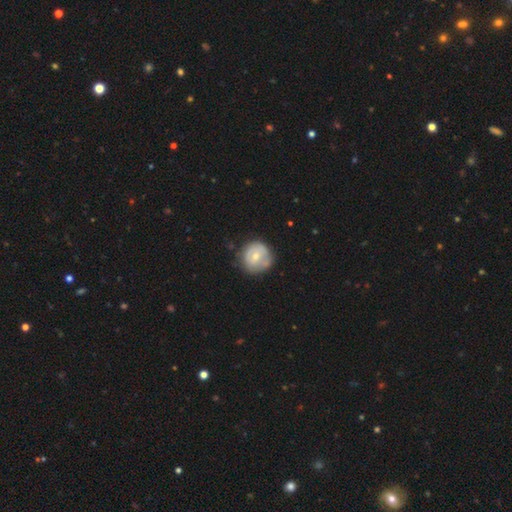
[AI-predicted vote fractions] Morphology: type=smooth (51%); roundness=round (89%); merging=none (64%).